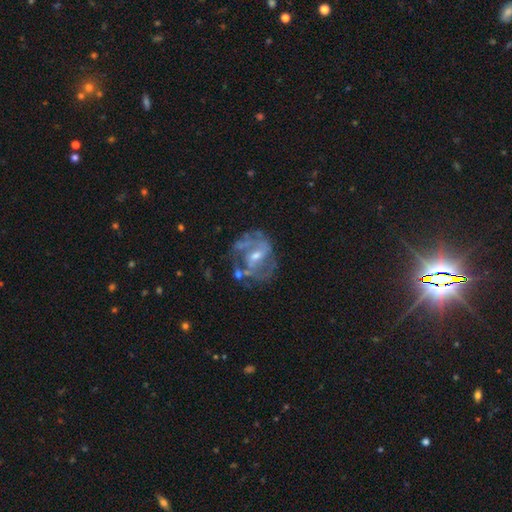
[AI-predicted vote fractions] Smooth or featured? Predicted: featured or disk (p=0.81). Edge-on disk? Predicted: no (p=0.97). Bar? Predicted: weak (p=0.48). Spiral arms? Predicted: yes (p=0.81). Spiral winding? Predicted: medium (p=0.46). Spiral arm count? Predicted: 2 (p=0.47). Bulge size? Predicted: moderate (p=0.51). Merging? Predicted: none (p=0.55).